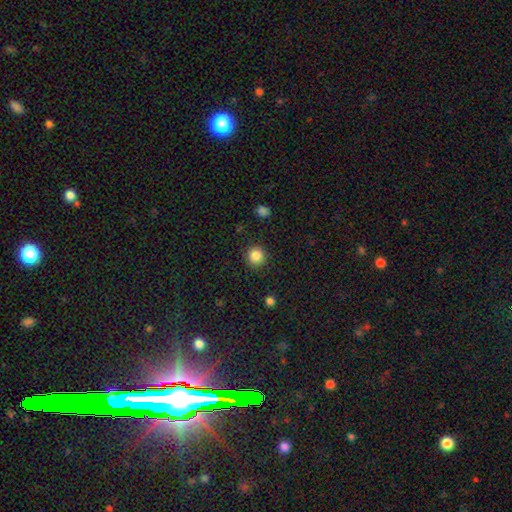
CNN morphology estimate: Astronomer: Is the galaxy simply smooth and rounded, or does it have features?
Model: smooth — 86%.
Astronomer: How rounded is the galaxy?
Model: round — 94%.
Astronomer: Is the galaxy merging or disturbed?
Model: none — 91%.